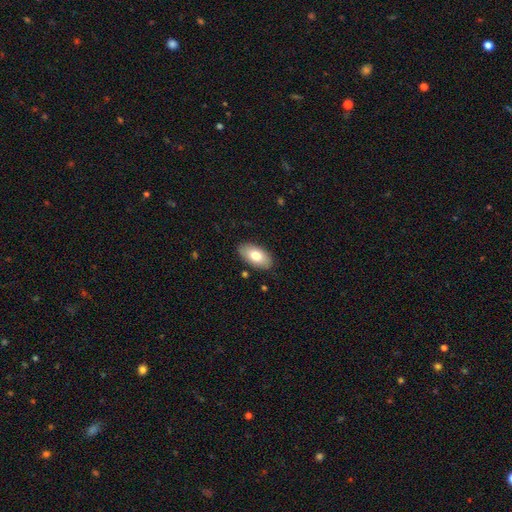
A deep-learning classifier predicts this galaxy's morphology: The model was most divided on "smooth or featured": smooth: 76%, featured or disk: 18%, star or artifact: 6%. More confident: how rounded — in between (94%); merging — none (86%).